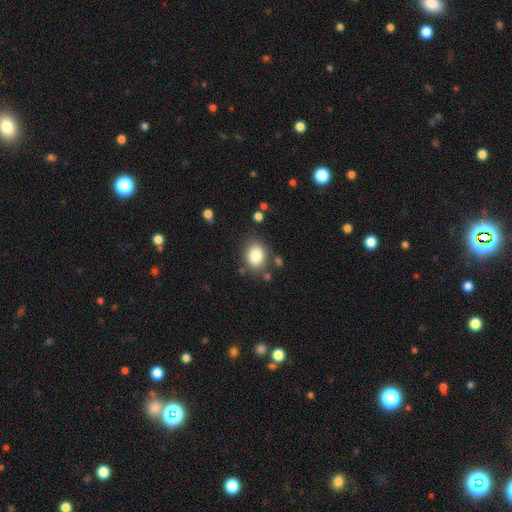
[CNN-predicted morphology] Smooth or featured? smooth (84%)
How rounded? in between (55%)
Merging? none (79%)